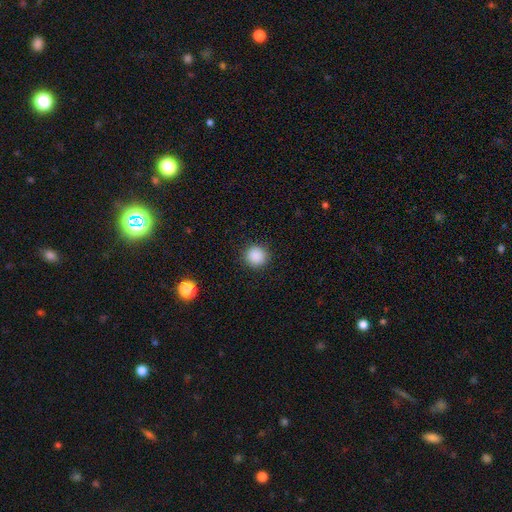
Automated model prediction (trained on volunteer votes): smooth_or_featured: smooth (p=0.88) [alt: star or artifact p=0.10]
how_rounded: round (p=0.93) [alt: in between p=0.06]
merging: none (p=0.91) [alt: minor disturbance p=0.06]